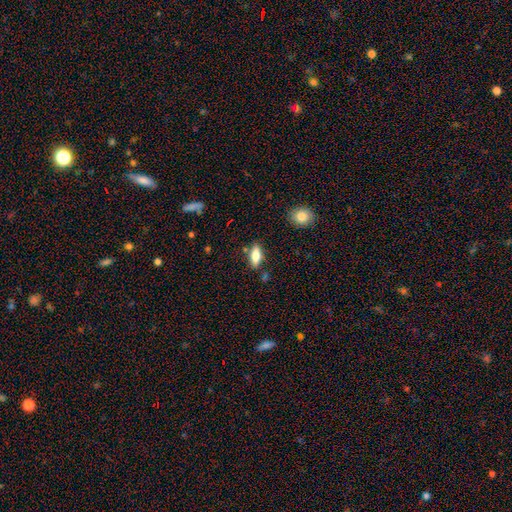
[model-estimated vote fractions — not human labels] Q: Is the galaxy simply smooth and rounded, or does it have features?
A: smooth — 72%.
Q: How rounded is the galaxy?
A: in between — 71%.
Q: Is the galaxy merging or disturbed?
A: none — 82%.